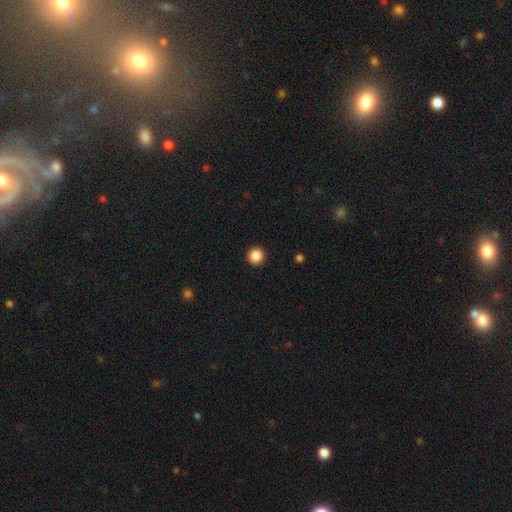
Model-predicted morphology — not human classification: smooth-or-featured: smooth: 87% | star or artifact: 10% | featured or disk: 3%
  how-rounded: round: 96% | in between: 3% | cigar-shaped: 1%
  merging: none: 93% | minor disturbance: 4% | major disturbance: 2% | merger: 1%